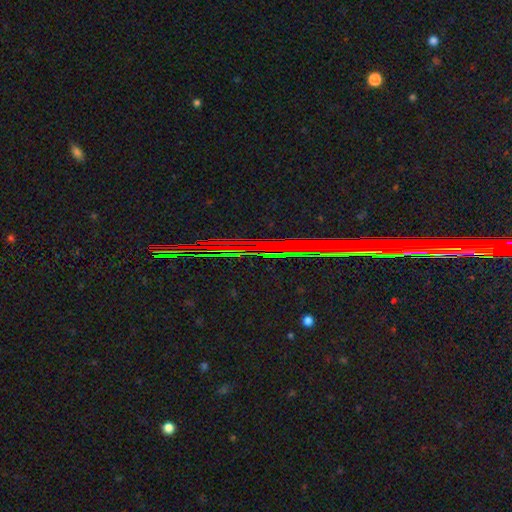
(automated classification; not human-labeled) Smooth or featured: star or artifact — 85% (featured or disk — 9%)